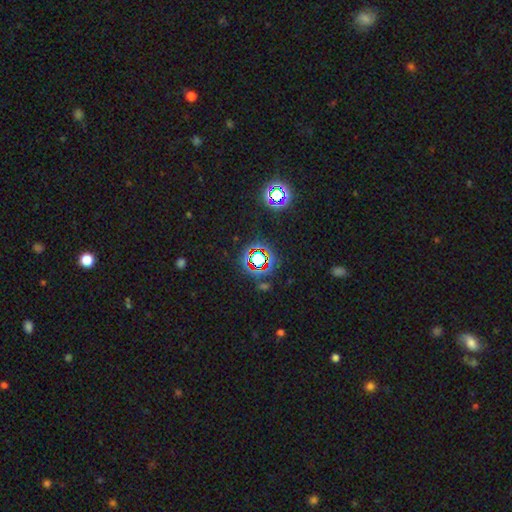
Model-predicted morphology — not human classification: Smooth or featured?
  - star or artifact: 72% *
  - smooth: 18%
  - featured or disk: 11%